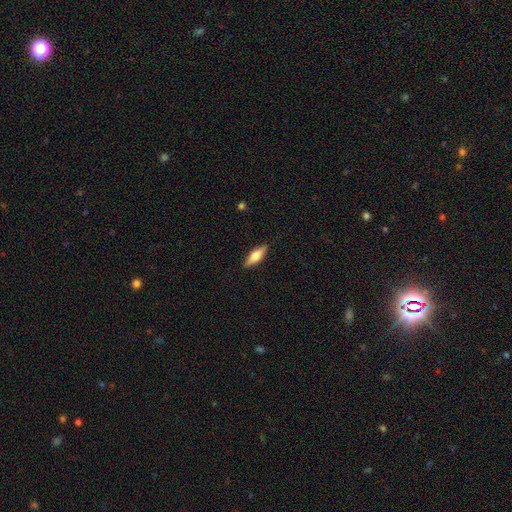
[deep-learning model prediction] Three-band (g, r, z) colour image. It shows a smooth galaxy with no disk features (53%) that is in between round and cigar-shaped (50%). Merging: none (88%).